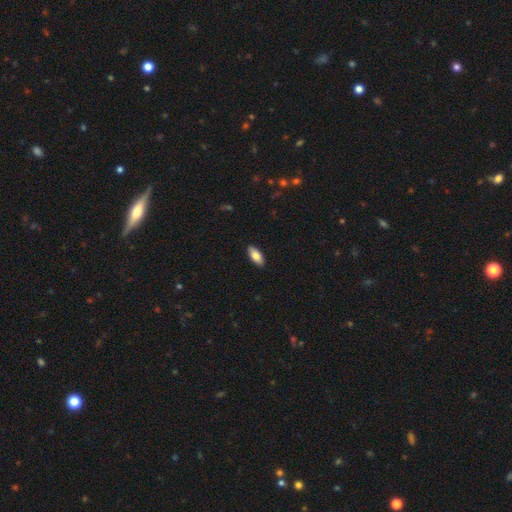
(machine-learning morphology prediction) A smooth galaxy with no disk features (79%) that is in between round and cigar-shaped (83%). Merging: none (89%).